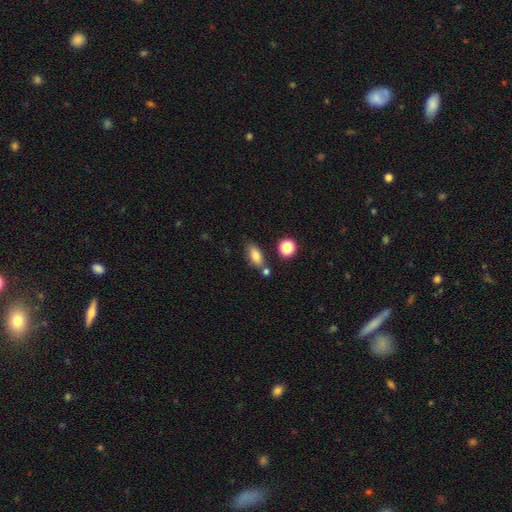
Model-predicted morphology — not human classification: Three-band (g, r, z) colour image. It shows a smooth galaxy with no disk features (80%) that is in between round and cigar-shaped (82%). Merging: none (68%).